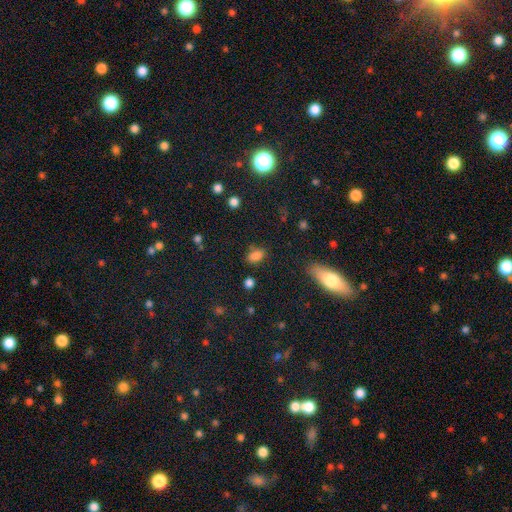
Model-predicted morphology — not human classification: type=smooth (79%); roundness=in between (86%); merging=none (71%).